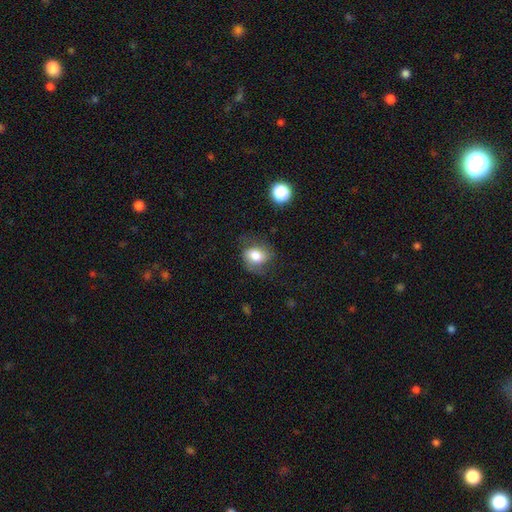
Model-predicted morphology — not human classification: This appears to be a smooth galaxy with no disk features (70%) that is in between round and cigar-shaped (58%). Merging: none (61%).